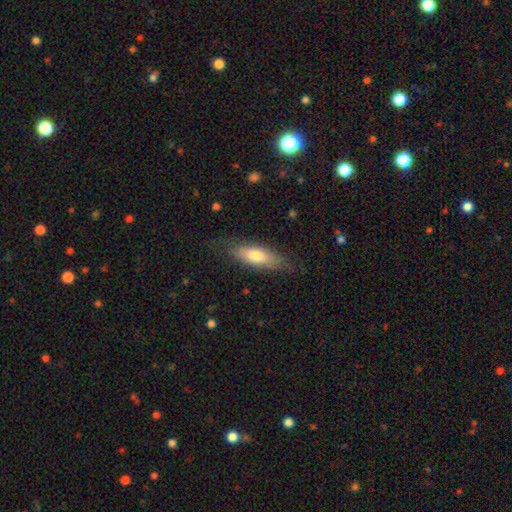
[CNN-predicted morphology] Smooth or featured: smooth — 68% (featured or disk — 26%)
How rounded: in between — 55% (cigar-shaped — 43%)
Merging: none — 76% (minor disturbance — 18%)